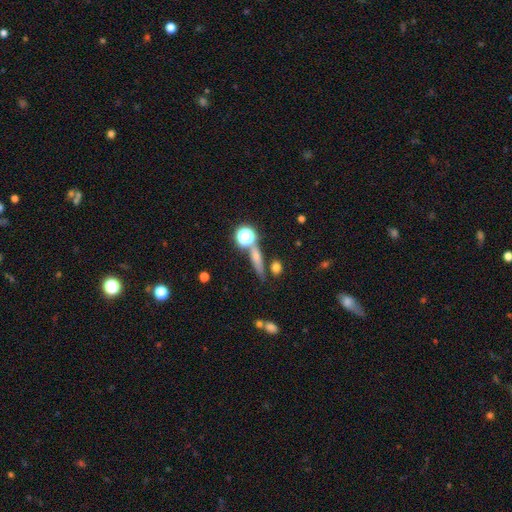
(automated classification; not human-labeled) smooth 41%, star or artifact 31%, featured or disk 27%. Down the decision tree: merging — none (70%).